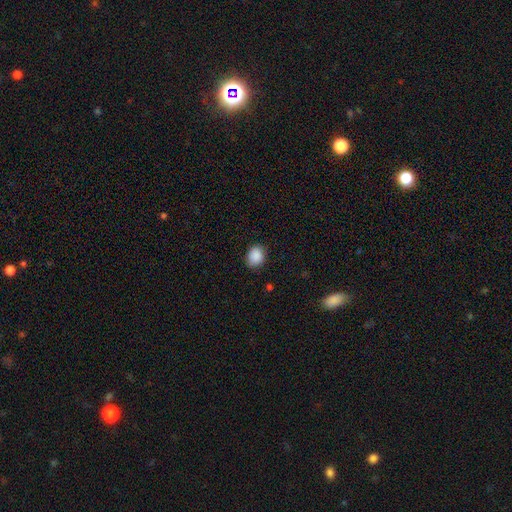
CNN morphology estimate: Smooth or featured?
  - smooth: 89% *
  - star or artifact: 8%
  - featured or disk: 3%
How rounded?
  - round: 51% *
  - in between: 48%
  - cigar-shaped: 1%
Merging?
  - none: 84% *
  - minor disturbance: 13%
  - major disturbance: 3%
  - merger: 1%